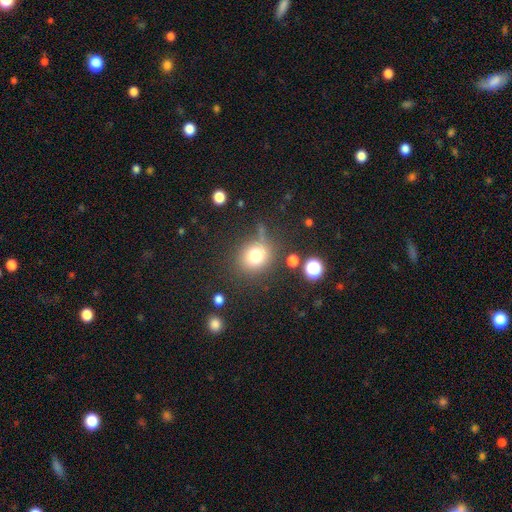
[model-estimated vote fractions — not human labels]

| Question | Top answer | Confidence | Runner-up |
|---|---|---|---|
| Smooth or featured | smooth | 76% | star or artifact (14%) |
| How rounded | round | 80% | in between (19%) |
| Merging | none | 72% | minor disturbance (15%) |